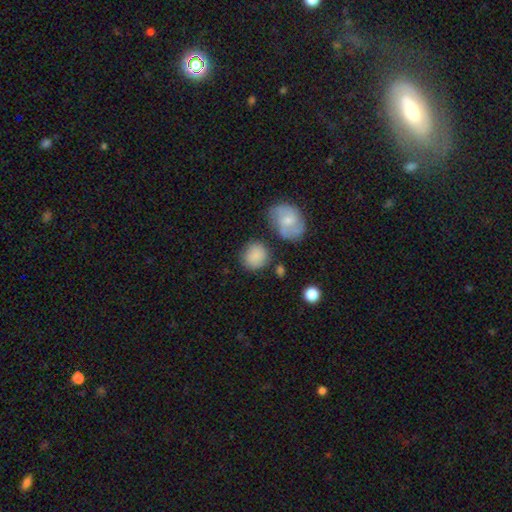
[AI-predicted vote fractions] Smooth or featured? Predicted: smooth (p=0.84). How rounded? Predicted: round (p=0.82). Merging? Predicted: none (p=0.70).